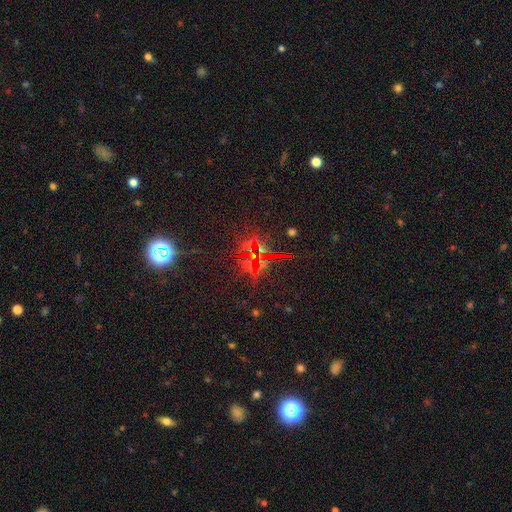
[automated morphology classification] Smooth or featured? Predicted: star or artifact (p=0.75).